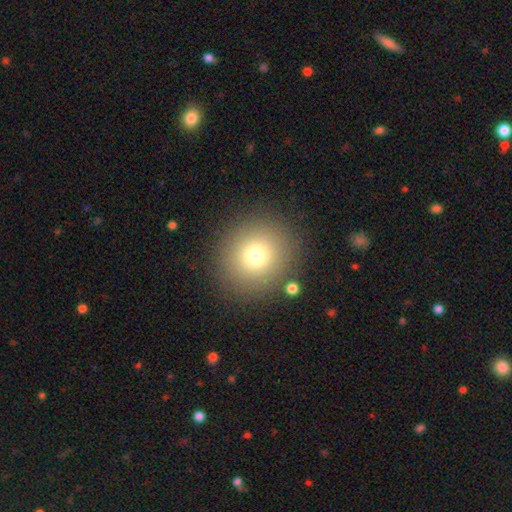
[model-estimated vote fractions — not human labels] The model was most divided on "smooth or featured": smooth: 75%, star or artifact: 14%, featured or disk: 11%. More confident: how rounded — round (91%); merging — none (87%).